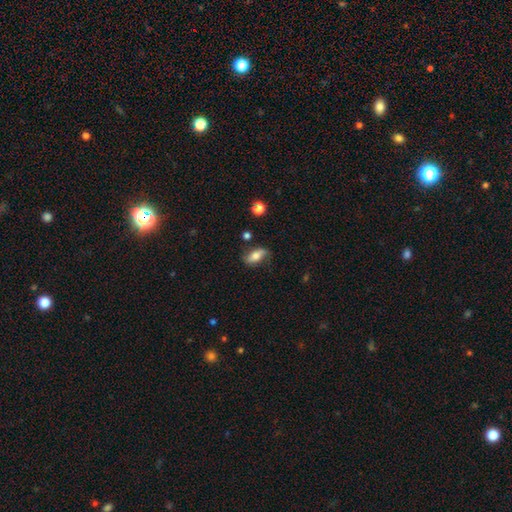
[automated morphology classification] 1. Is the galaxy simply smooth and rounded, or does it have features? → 57% smooth, 36% featured or disk, 8% star or artifact.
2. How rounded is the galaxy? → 81% in between, 14% cigar-shaped, 5% round.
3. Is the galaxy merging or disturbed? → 68% none, 23% minor disturbance, 7% major disturbance, 3% merger.